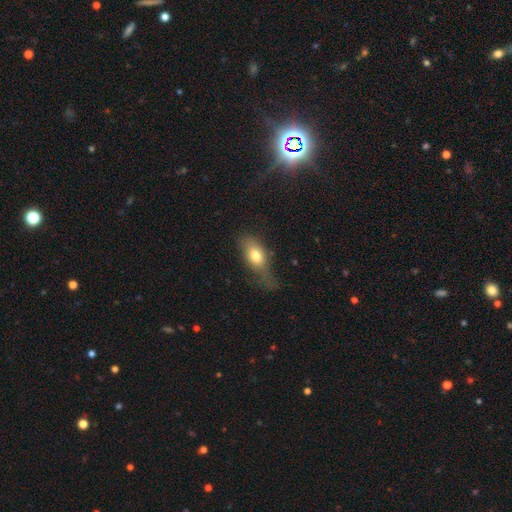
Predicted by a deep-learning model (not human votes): Smooth or featured? Predicted: smooth (p=0.74). How rounded? Predicted: in between (p=0.83). Merging? Predicted: none (p=0.37).